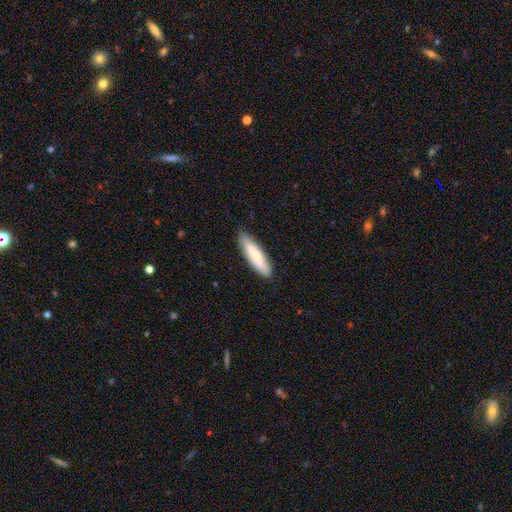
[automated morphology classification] Smooth or featured: smooth — 72% (featured or disk — 23%)
How rounded: cigar-shaped — 72% (in between — 27%)
Merging: none — 86% (minor disturbance — 11%)